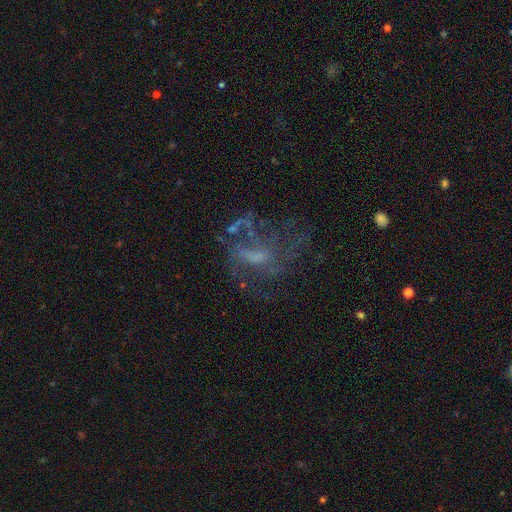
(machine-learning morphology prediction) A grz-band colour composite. It shows a featured or disk galaxy (63%) with no bar (51%), no spiral arms (50%, tied with yes) and no central bulge (43%). Merging: none (41%).